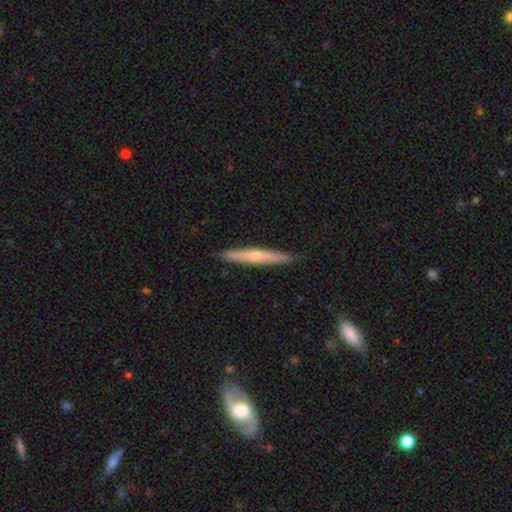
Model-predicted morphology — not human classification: This is possibly a featured or disk galaxy (52%). It is clearly viewed edge-on (95%). Merging: clearly none (89%).